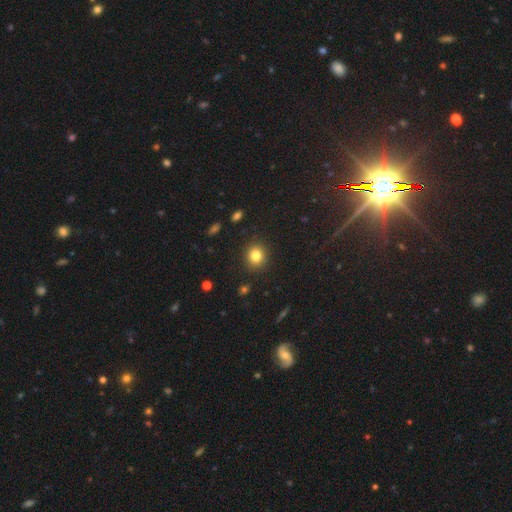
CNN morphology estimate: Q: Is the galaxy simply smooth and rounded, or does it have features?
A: smooth — 82%.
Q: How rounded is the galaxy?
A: round — 84%.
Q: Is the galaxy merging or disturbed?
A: none — 90%.